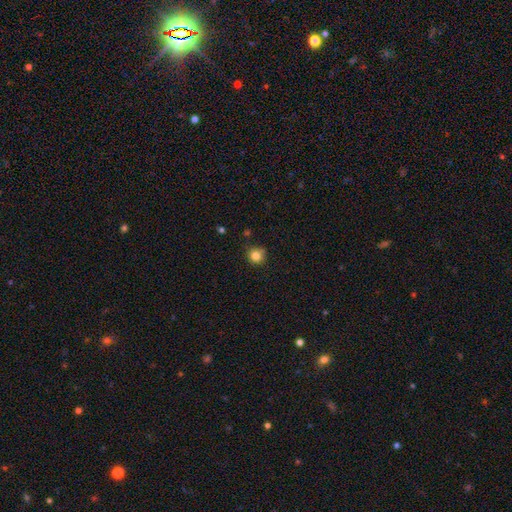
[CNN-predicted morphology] Q: Smooth or featured?
A: smooth (83%); runner-up: star or artifact (12%)
Q: How rounded?
A: round (92%); runner-up: in between (7%)
Q: Merging?
A: none (79%); runner-up: minor disturbance (14%)